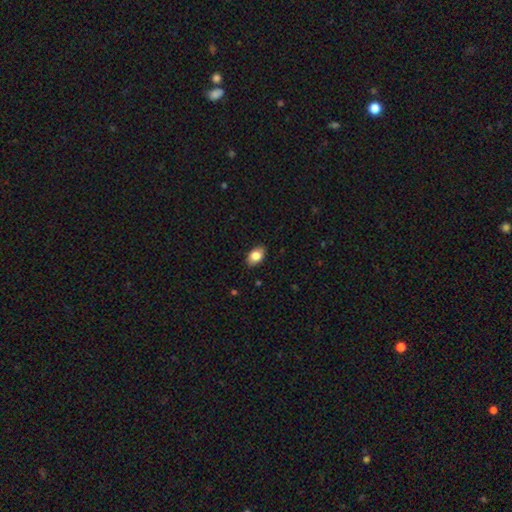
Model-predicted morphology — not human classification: Overall: smooth (84%). How rounded: in between (87%). Merging: none (86%).